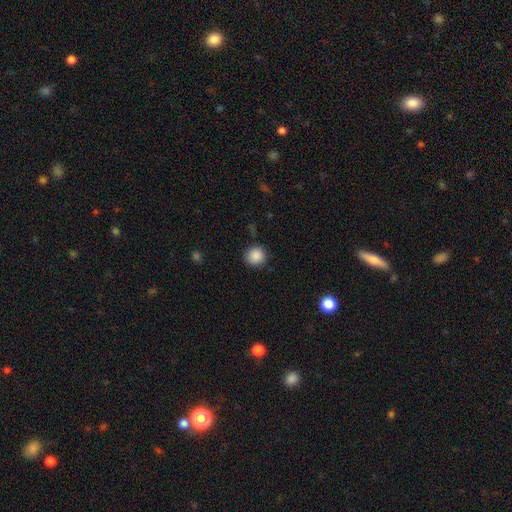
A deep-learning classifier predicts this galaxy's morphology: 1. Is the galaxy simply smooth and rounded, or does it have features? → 88% smooth, 9% star or artifact, 3% featured or disk.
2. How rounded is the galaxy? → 92% round, 8% in between, 1% cigar-shaped.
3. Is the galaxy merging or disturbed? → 87% none, 9% minor disturbance, 3% major disturbance, 1% merger.